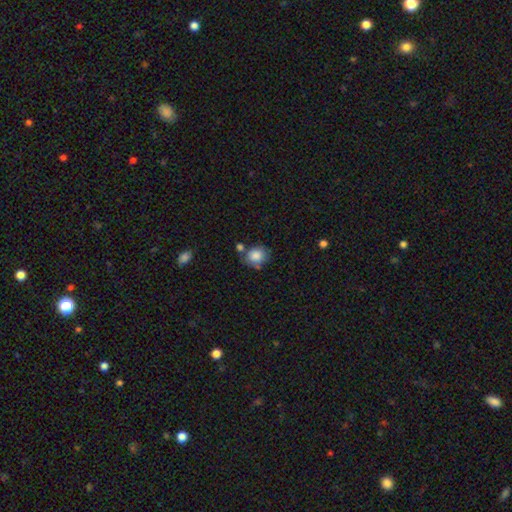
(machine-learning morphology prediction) A smooth galaxy with no disk features (85%) that is round (73%). Merging: none (64%).